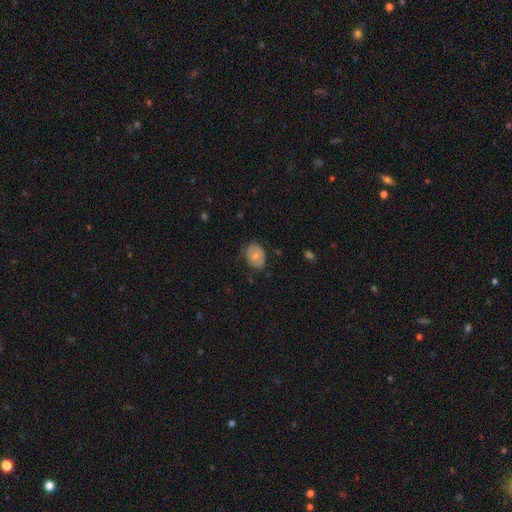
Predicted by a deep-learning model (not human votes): A smooth galaxy with no disk features (64%) that is in between round and cigar-shaped (72%).

Vote fractions:
- Smooth or featured? smooth: 64% / featured or disk: 29% / star or artifact: 7%
- How rounded? in between: 72% / round: 27% / cigar-shaped: 1%
- Merging? none: 69% / minor disturbance: 25% / major disturbance: 5% / merger: 1%